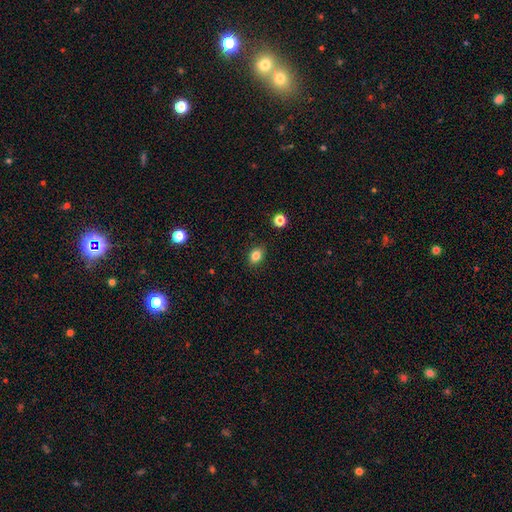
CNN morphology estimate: This is clearly a smooth galaxy (84%). How rounded: likely in between (69%). Merging: clearly none (87%).